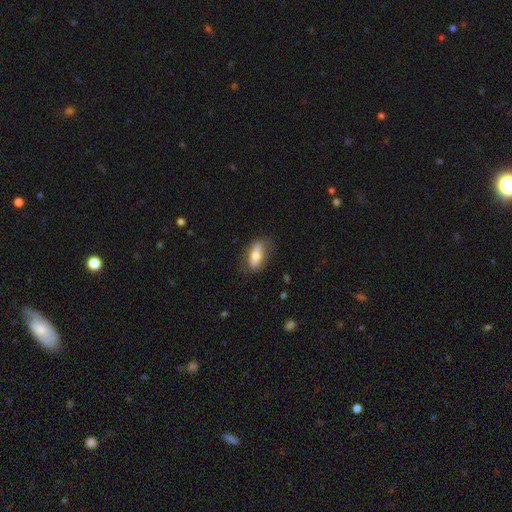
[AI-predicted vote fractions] Smooth or featured: smooth — 60% (featured or disk — 33%)
How rounded: in between — 76% (cigar-shaped — 20%)
Merging: none — 69% (minor disturbance — 21%)